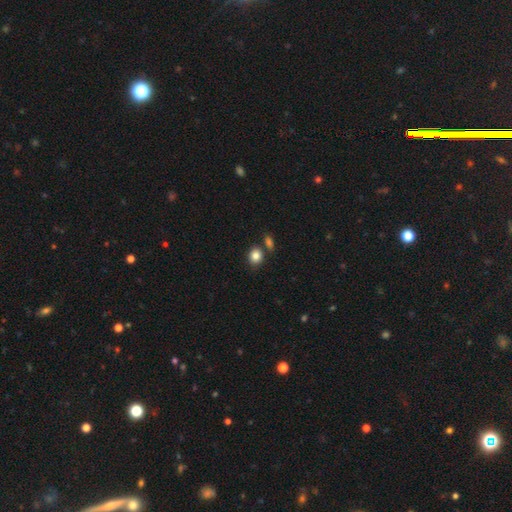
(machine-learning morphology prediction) smooth_or_featured: smooth (p=0.84) [alt: star or artifact p=0.10]
how_rounded: round (p=0.62) [alt: in between p=0.37]
merging: none (p=0.72) [alt: merger p=0.14]